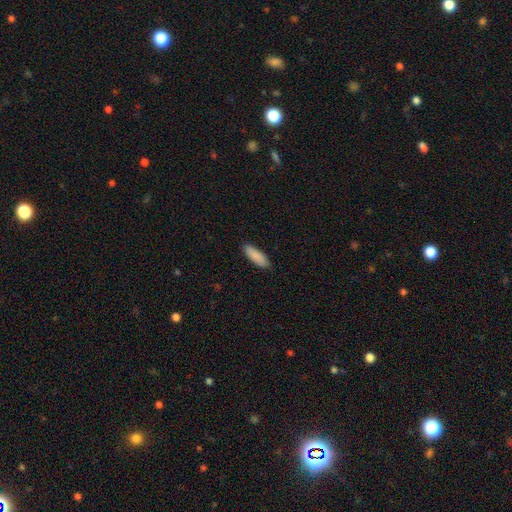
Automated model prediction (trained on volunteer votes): A smooth galaxy with no disk features (89%) that is in between round and cigar-shaped (55%). Merging: none (87%).